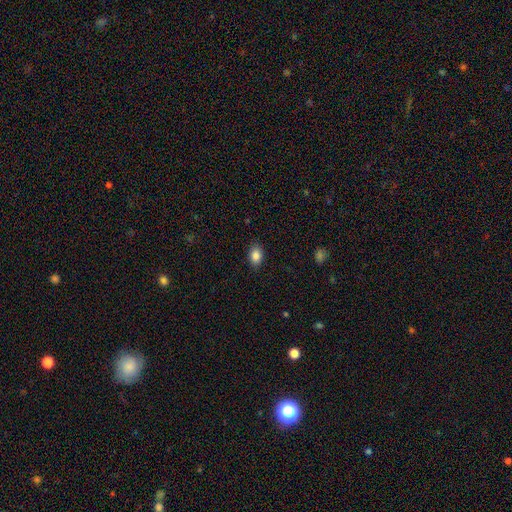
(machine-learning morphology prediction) This is clearly a smooth galaxy (86%). How rounded: clearly in between (84%). Merging: clearly none (87%).